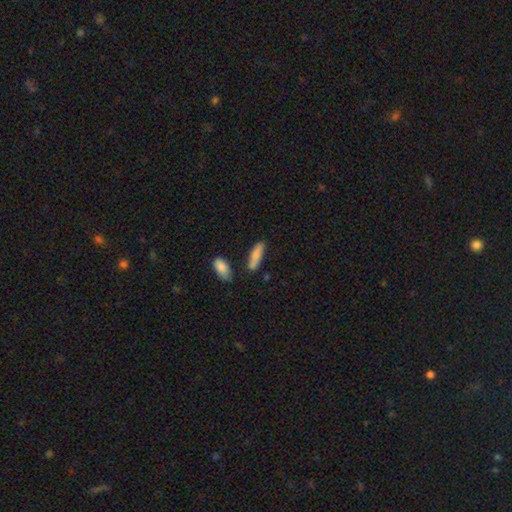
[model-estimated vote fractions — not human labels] This appears to be a smooth galaxy with no disk features (81%) that is cigar-shaped (57%). Merging: none (73%).